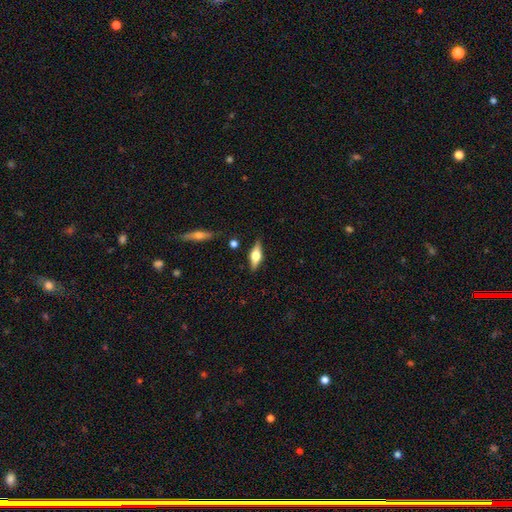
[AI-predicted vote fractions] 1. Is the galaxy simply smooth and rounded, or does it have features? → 60% featured or disk, 33% smooth, 7% star or artifact.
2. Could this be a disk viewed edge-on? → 94% yes, 6% no.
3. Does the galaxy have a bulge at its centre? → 93% rounded, 6% boxy, 1% none.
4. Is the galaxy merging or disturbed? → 84% none, 10% minor disturbance, 3% merger, 2% major disturbance.